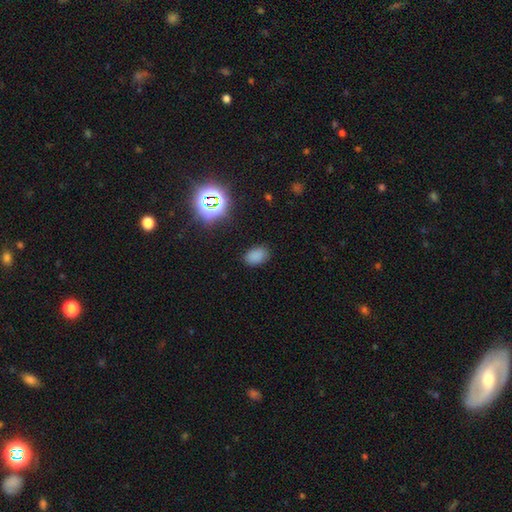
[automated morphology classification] Q: Smooth or featured?
A: smooth (78%); runner-up: star or artifact (18%)
Q: How rounded?
A: in between (86%); runner-up: round (12%)
Q: Merging?
A: none (84%); runner-up: minor disturbance (11%)